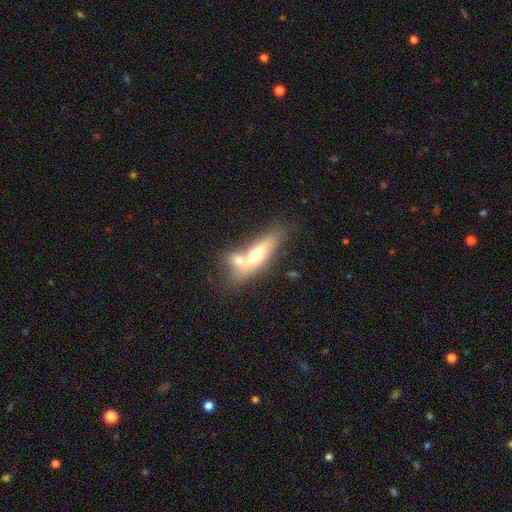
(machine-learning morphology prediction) smooth_or_featured: featured or disk (p=0.48) [alt: smooth p=0.45]
merging: none (p=0.42) [alt: merger p=0.39]